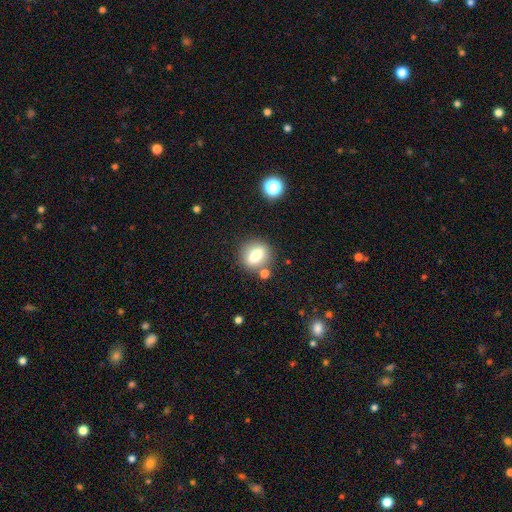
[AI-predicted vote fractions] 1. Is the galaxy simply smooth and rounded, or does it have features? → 69% smooth, 21% featured or disk, 10% star or artifact.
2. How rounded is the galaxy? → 52% round, 43% in between, 6% cigar-shaped.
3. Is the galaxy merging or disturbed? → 79% none, 10% minor disturbance, 8% merger, 3% major disturbance.